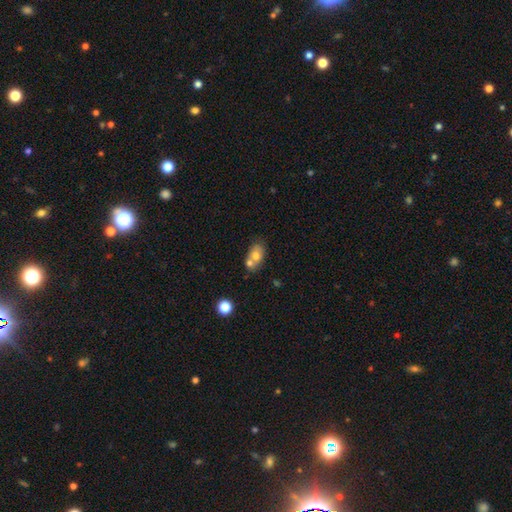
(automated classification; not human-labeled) Smooth or featured: smooth — 69% (featured or disk — 22%)
How rounded: in between — 76% (round — 23%)
Merging: merger — 47% (none — 38%)